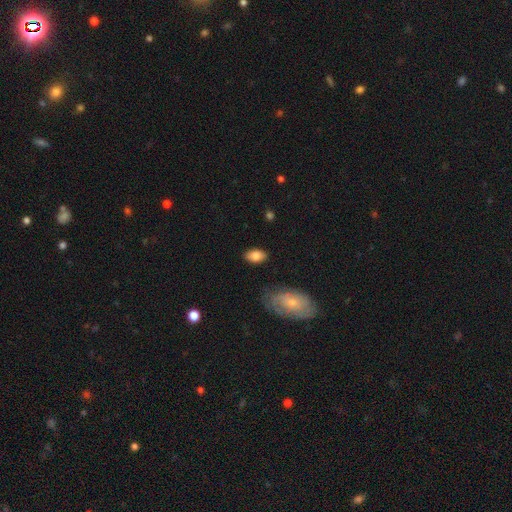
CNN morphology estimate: type=smooth (83%); roundness=in between (91%); merging=none (84%).